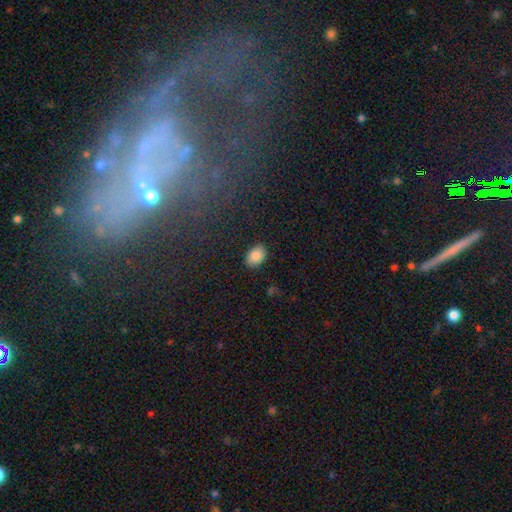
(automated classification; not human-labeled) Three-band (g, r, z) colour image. It shows a smooth galaxy with no disk features (87%) that is in between round and cigar-shaped (82%). Merging: none (86%).